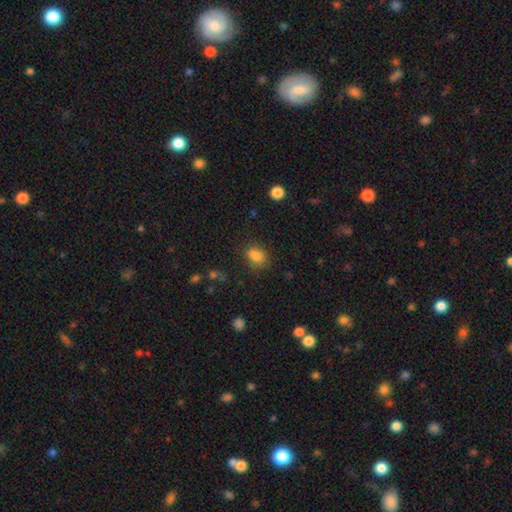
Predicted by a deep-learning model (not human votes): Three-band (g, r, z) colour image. It shows a smooth galaxy with no disk features (80%) that is in between round and cigar-shaped (62%). Merging: none (63%).